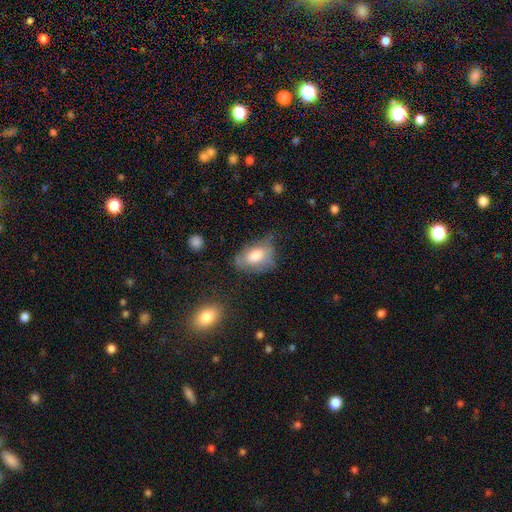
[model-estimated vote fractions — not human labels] Overall: smooth (68%). How rounded: in between (87%). Merging: none (41%; minor disturbance 36%).